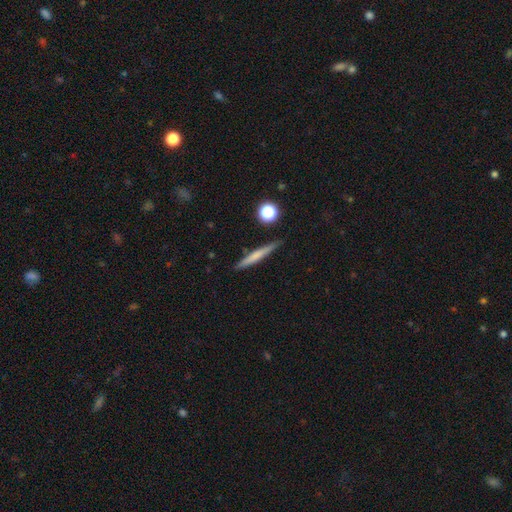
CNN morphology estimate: smooth-or-featured: smooth: 60% | featured or disk: 34% | star or artifact: 7%
  how-rounded: cigar-shaped: 94% | in between: 4% | round: 2%
  merging: none: 87% | minor disturbance: 9% | merger: 2% | major disturbance: 2%